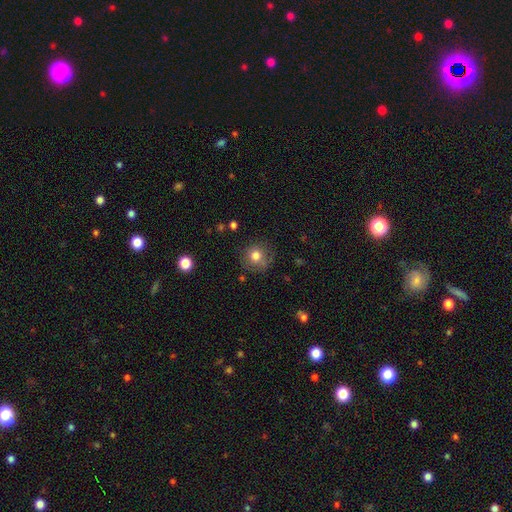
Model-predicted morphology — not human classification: Smooth or featured? smooth (77%)
How rounded? round (90%)
Merging? none (75%)